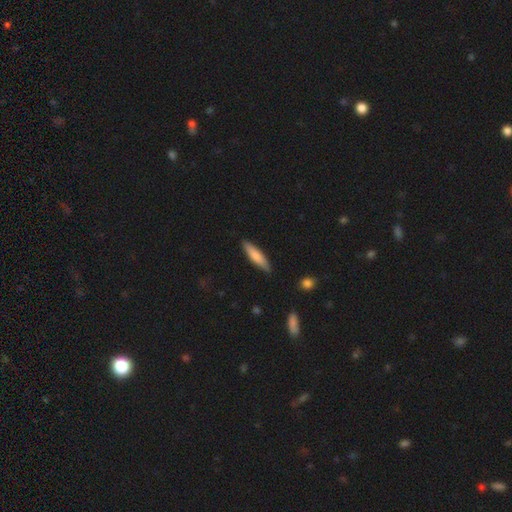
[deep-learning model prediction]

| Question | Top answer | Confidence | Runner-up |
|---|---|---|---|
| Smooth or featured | smooth | 77% | featured or disk (18%) |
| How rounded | cigar-shaped | 74% | in between (24%) |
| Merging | none | 86% | minor disturbance (11%) |